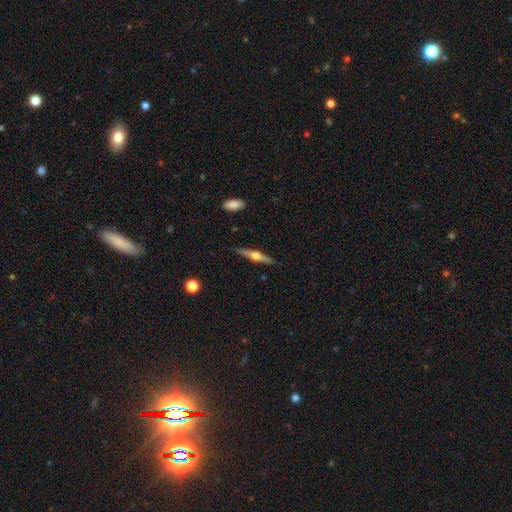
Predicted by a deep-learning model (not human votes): This appears to be a featured or disk galaxy (78%) viewed edge-on (98%) with a rounded central bulge (93%). Merging: none (89%).